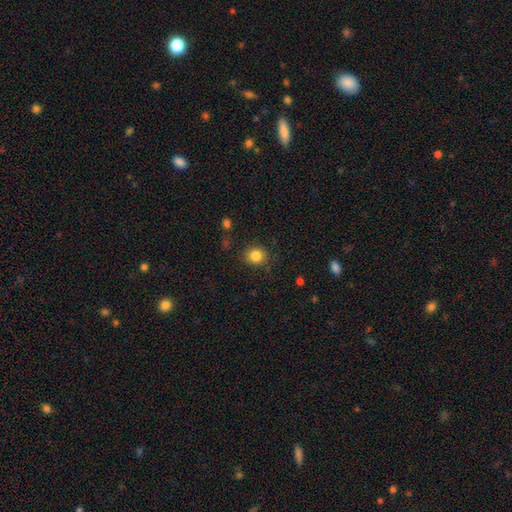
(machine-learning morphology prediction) A smooth galaxy with no disk features (84%) that is round (84%).

Vote fractions:
- Smooth or featured? smooth: 84% / star or artifact: 11% / featured or disk: 5%
- How rounded? round: 84% / in between: 15% / cigar-shaped: 1%
- Merging? none: 85% / minor disturbance: 11% / major disturbance: 3% / merger: 2%